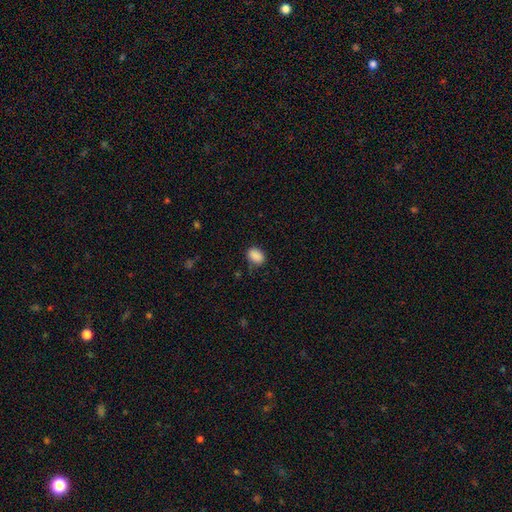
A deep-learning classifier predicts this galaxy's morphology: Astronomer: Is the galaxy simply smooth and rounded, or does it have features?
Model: smooth — 89%.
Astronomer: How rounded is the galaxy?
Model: in between — 78%.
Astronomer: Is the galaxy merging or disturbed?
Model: none — 81%.